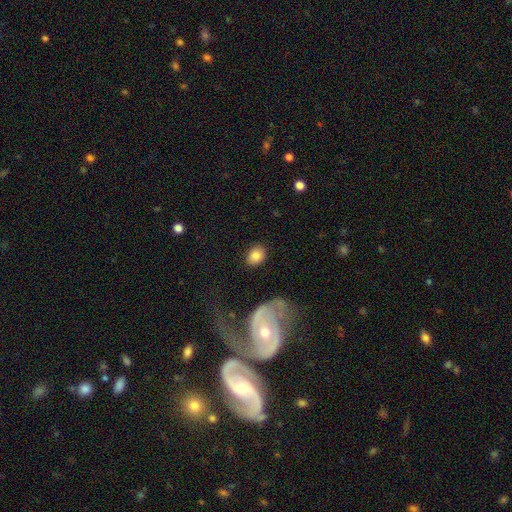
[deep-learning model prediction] This appears to be a smooth galaxy with no disk features (83%) that is in between round and cigar-shaped (58%). Merging: none (83%).